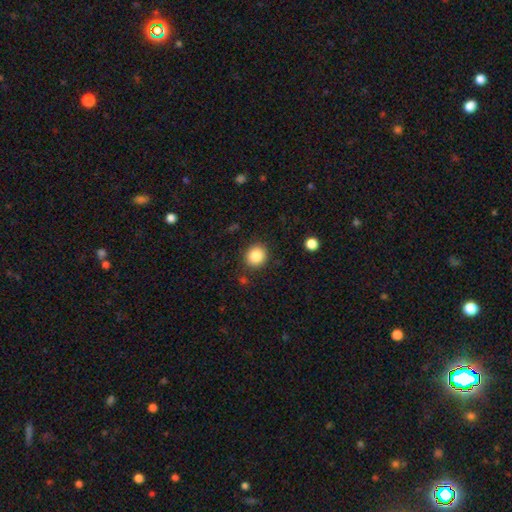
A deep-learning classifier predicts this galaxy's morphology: This is clearly a smooth galaxy (86%). How rounded: clearly round (83%). Merging: clearly none (87%).